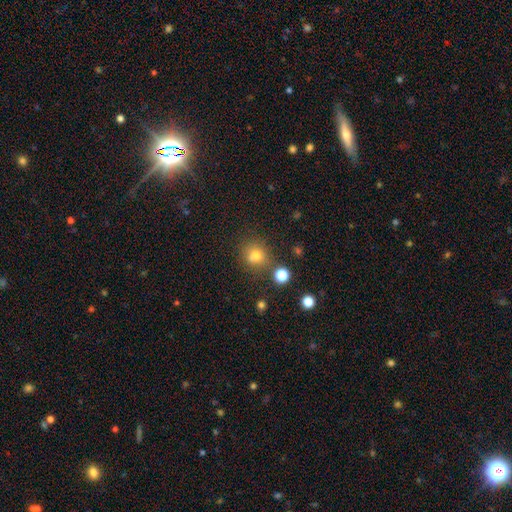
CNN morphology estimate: The model was most divided on "merging": none: 69%, merger: 15%, minor disturbance: 12%, major disturbance: 4%. More confident: how rounded — round (84%); smooth or featured — smooth (75%).